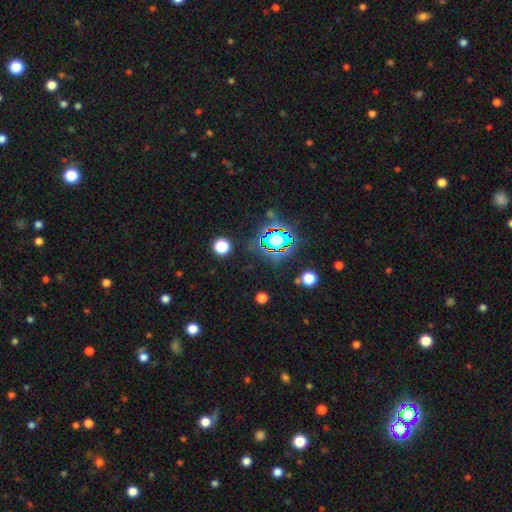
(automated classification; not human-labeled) Smooth or featured? star or artifact (81%)